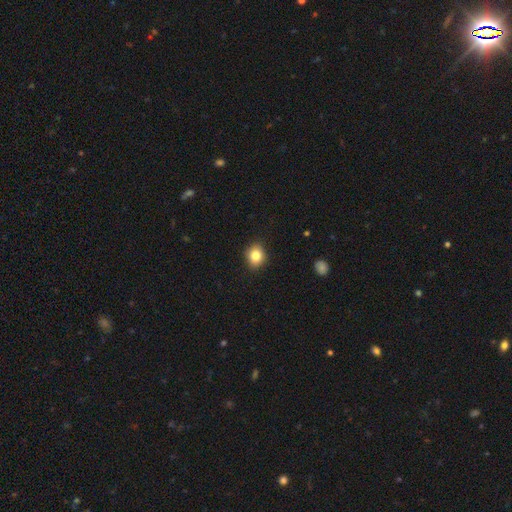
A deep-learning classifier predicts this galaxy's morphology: Smooth or featured? smooth (84%)
How rounded? round (65%)
Merging? none (89%)